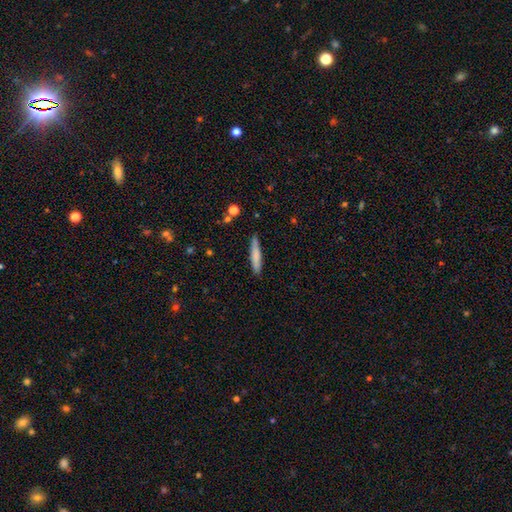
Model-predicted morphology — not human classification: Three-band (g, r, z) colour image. It shows a smooth galaxy with no disk features (76%) that is cigar-shaped (91%). Merging: none (84%).